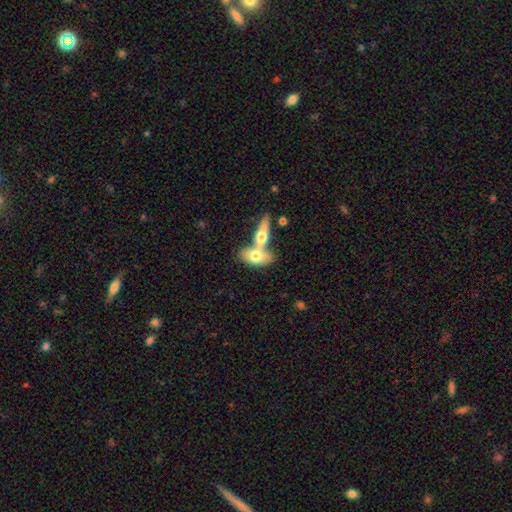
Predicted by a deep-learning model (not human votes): Morphology: type=smooth (63%); roundness=in between (77%); merging=merger (64%).